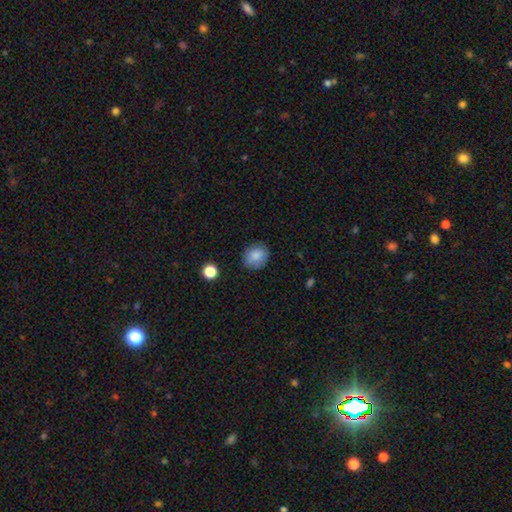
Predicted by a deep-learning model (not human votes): Smooth or featured: smooth — 84% (star or artifact — 9%)
How rounded: round — 73% (in between — 26%)
Merging: none — 81% (minor disturbance — 14%)